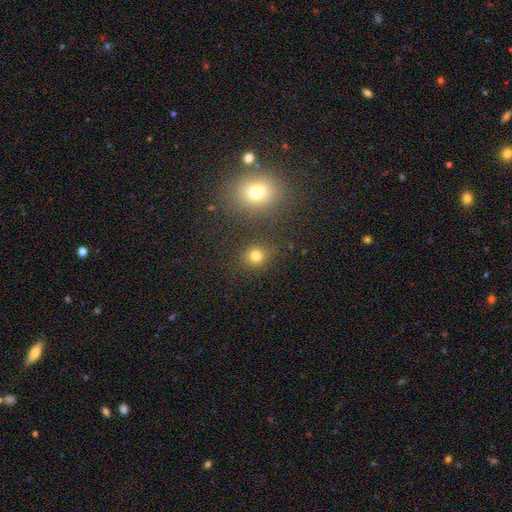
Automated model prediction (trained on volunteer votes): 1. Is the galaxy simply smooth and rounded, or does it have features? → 77% smooth, 17% star or artifact, 6% featured or disk.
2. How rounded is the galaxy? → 85% round, 14% in between, 1% cigar-shaped.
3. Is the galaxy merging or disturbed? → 83% none, 7% minor disturbance, 7% merger, 3% major disturbance.